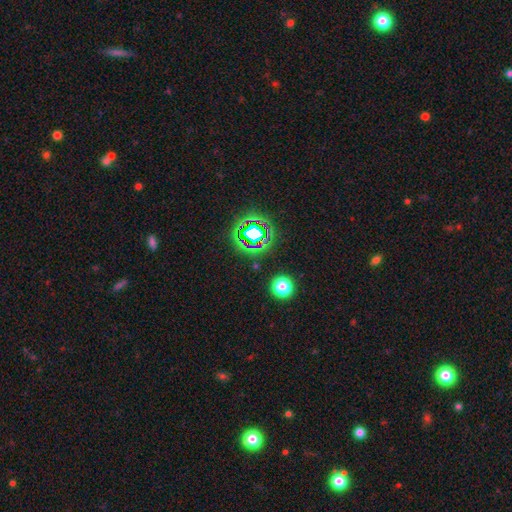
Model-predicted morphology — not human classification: smooth-or-featured: star or artifact: 78% | smooth: 15% | featured or disk: 8%